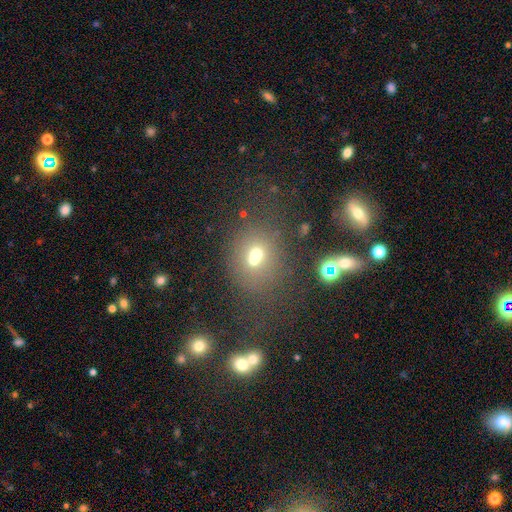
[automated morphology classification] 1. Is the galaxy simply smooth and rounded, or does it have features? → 58% smooth, 22% star or artifact, 19% featured or disk.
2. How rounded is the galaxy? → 67% round, 31% in between, 1% cigar-shaped.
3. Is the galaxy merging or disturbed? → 42% none, 40% merger, 11% minor disturbance, 7% major disturbance.